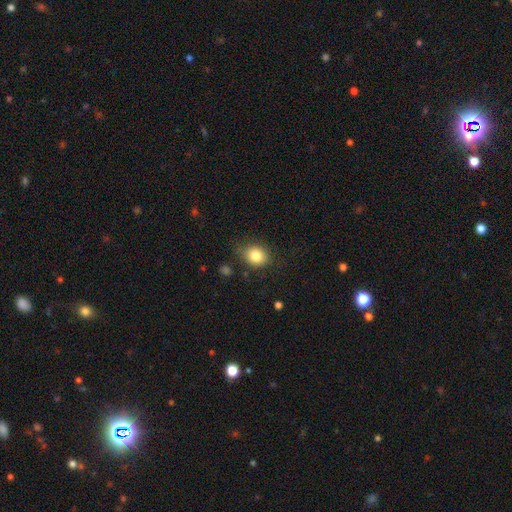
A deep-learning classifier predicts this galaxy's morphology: This is clearly a smooth galaxy (83%). How rounded: possibly in between (51%). Merging: likely none (76%).